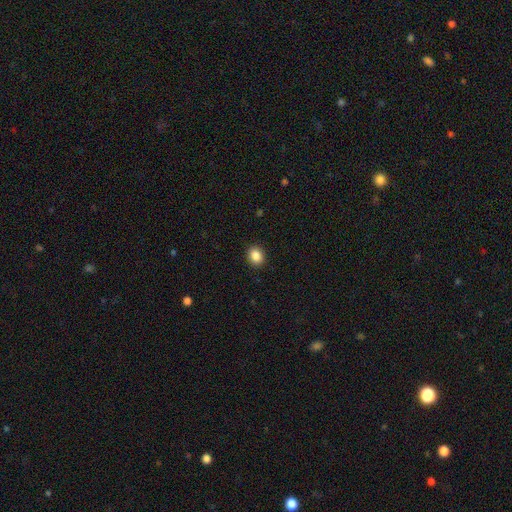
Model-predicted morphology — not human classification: Q: Smooth or featured?
A: smooth (87%); runner-up: star or artifact (10%)
Q: How rounded?
A: round (62%); runner-up: in between (37%)
Q: Merging?
A: none (91%); runner-up: minor disturbance (6%)